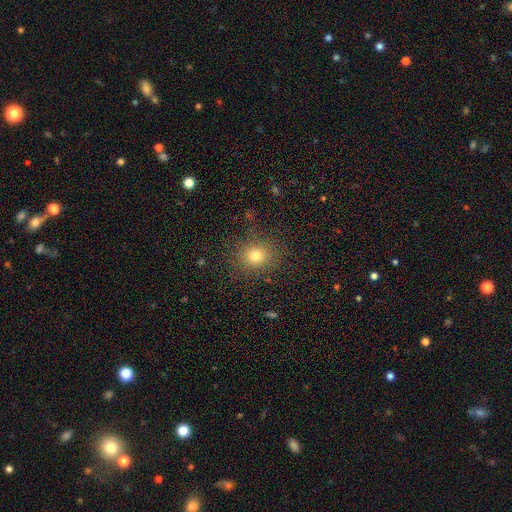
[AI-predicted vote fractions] The model was most divided on "how rounded": round: 78%, in between: 22%, cigar-shaped: 1%. More confident: merging — none (85%); smooth or featured — smooth (76%).